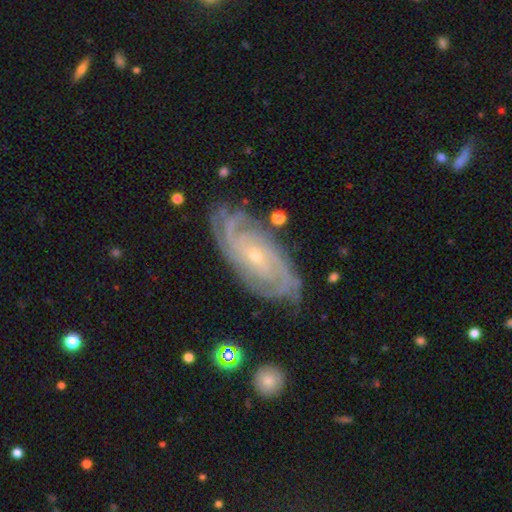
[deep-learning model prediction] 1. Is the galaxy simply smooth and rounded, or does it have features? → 89% featured or disk, 6% star or artifact, 5% smooth.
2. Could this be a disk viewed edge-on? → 95% no, 5% yes.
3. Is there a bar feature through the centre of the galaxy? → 68% no, 23% weak, 8% strong.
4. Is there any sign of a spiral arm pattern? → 98% yes, 2% no.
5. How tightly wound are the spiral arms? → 74% tight, 22% medium, 4% loose.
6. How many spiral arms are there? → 26% 4, 21% can't tell, 19% 3, 14% 2, 13% more than 4, 7% 1.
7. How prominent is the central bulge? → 81% small, 16% moderate, 1% none, 1% large, 1% dominant.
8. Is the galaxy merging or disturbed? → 78% none, 16% minor disturbance, 4% major disturbance, 2% merger.